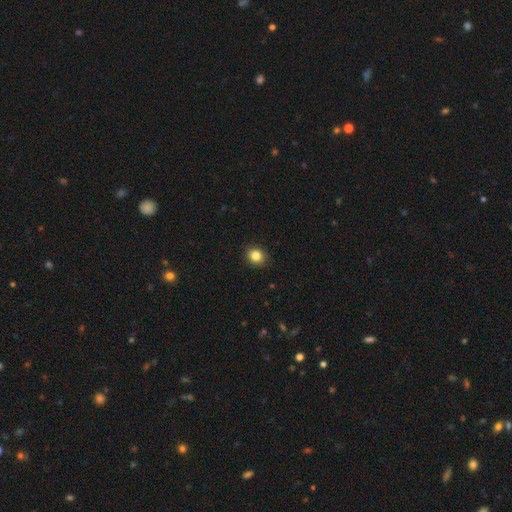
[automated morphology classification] A smooth galaxy with no disk features (84%) that is round (75%).

Vote fractions:
- Smooth or featured? smooth: 84% / star or artifact: 11% / featured or disk: 5%
- How rounded? round: 75% / in between: 24% / cigar-shaped: 1%
- Merging? none: 90% / minor disturbance: 8% / major disturbance: 2% / merger: 1%